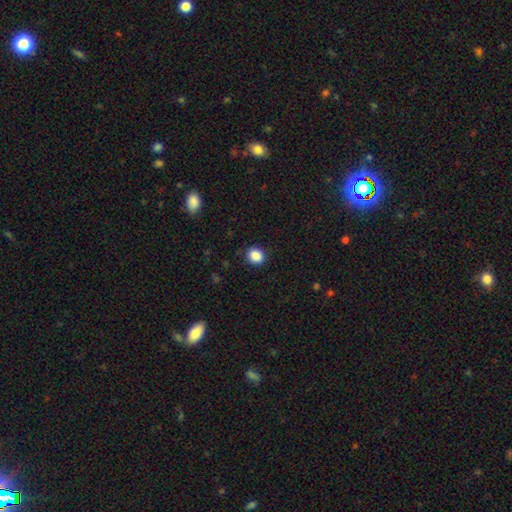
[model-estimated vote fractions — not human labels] smooth_or_featured: smooth (p=0.88) [alt: star or artifact p=0.09]
how_rounded: round (p=0.70) [alt: in between p=0.30]
merging: none (p=0.89) [alt: minor disturbance p=0.08]